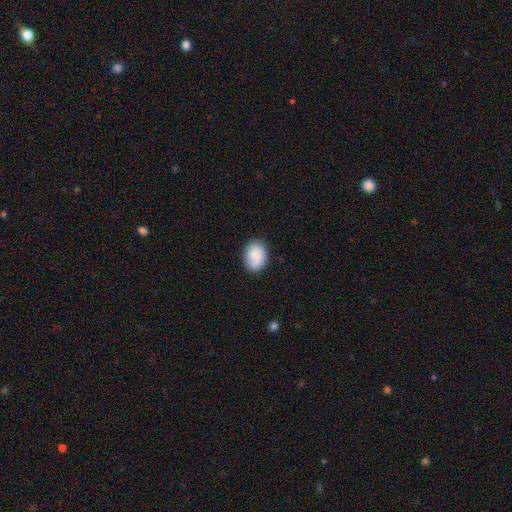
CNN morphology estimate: This is clearly a smooth galaxy (82%). How rounded: likely in between (68%). Merging: likely none (77%).